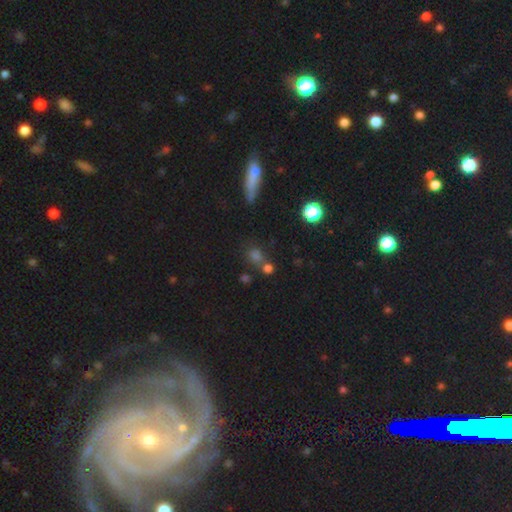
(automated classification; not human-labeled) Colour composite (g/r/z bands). It shows a smooth galaxy with no disk features (58%) that is round (72%). Merging: none (62%).